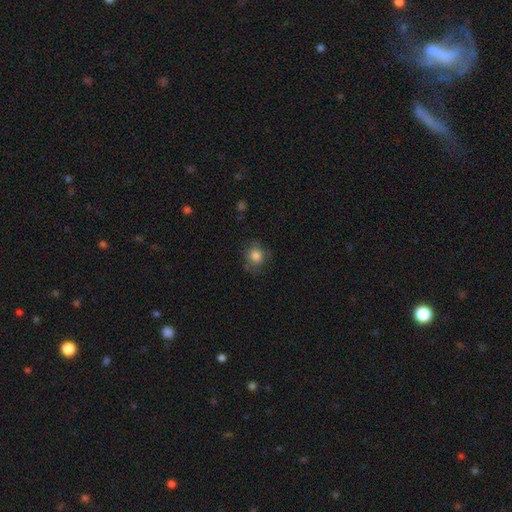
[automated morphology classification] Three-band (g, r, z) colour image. It shows a smooth galaxy with no disk features (81%) that is round (77%). Merging: none (71%).